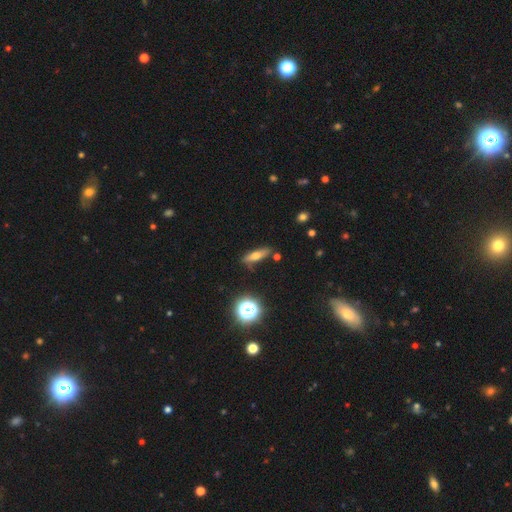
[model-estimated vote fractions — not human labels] This appears to be a smooth galaxy with no disk features (54%) that is cigar-shaped (62%). Merging: none (79%).